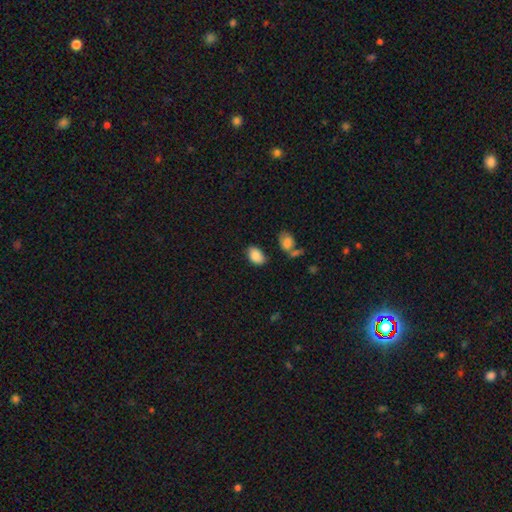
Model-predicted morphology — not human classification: Smooth or featured: smooth — 87% (star or artifact — 8%)
How rounded: in between — 87% (round — 12%)
Merging: none — 70% (minor disturbance — 20%)